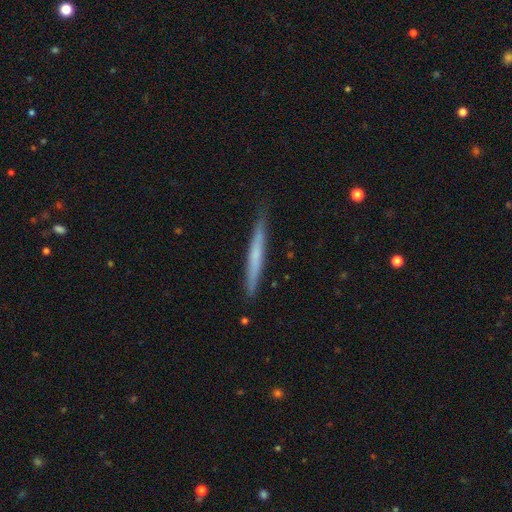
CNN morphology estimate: Overall: smooth (53%; featured or disk 42%). How rounded: cigar-shaped (97%). Merging: none (85%).